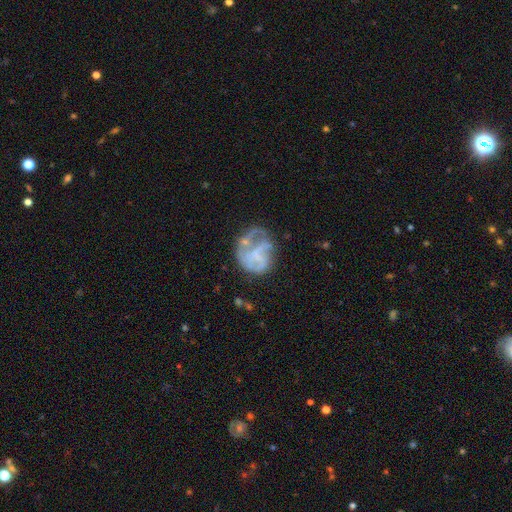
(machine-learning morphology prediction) A featured or disk galaxy (66%) with no bar (71%), spiral arms (56%) and no central bulge (69%).

Vote fractions:
- Smooth or featured? featured or disk: 66% / smooth: 24% / star or artifact: 10%
- Edge-on disk? no: 98% / yes: 2%
- Bar? no: 71% / weak: 22% / strong: 7%
- Spiral arms? yes: 56% / no: 44%
- Bulge size? none: 69% / small: 18% / moderate: 10% / large: 3% / dominant: 1%
- Merging? none: 40% / major disturbance: 34% / minor disturbance: 21% / merger: 5%